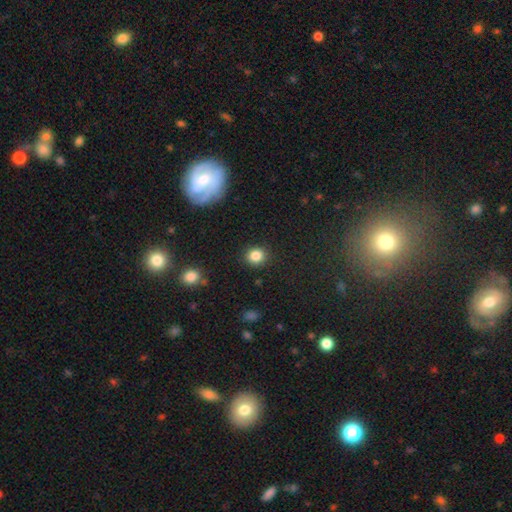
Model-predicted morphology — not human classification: A smooth galaxy with no disk features (84%) that is round (84%). Merging: none (89%).